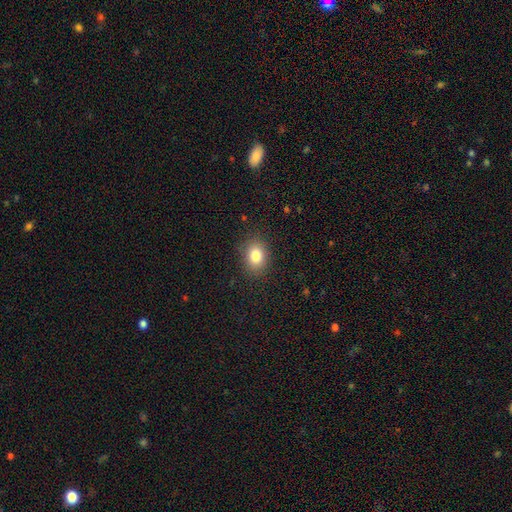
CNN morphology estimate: Smooth or featured? Predicted: smooth (p=0.82). How rounded? Predicted: in between (p=0.58). Merging? Predicted: none (p=0.87).